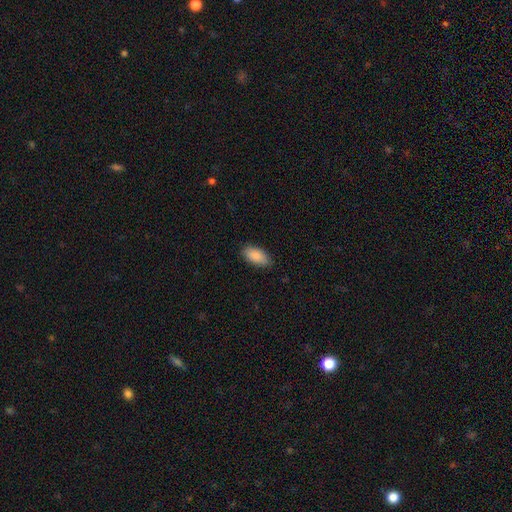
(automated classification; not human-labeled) The model was most divided on "merging": none: 86%, minor disturbance: 11%, major disturbance: 2%, merger: 1%. More confident: how rounded — in between (92%); smooth or featured — smooth (89%).